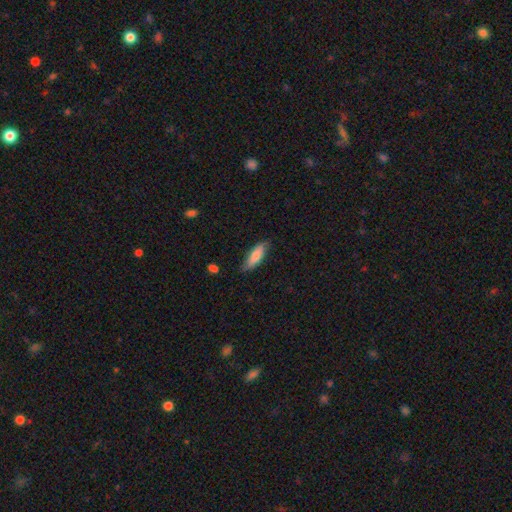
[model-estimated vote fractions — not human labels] smooth_or_featured: smooth (p=0.78) [alt: featured or disk p=0.16]
how_rounded: in between (p=0.51) [alt: cigar-shaped p=0.47]
merging: none (p=0.75) [alt: minor disturbance p=0.20]